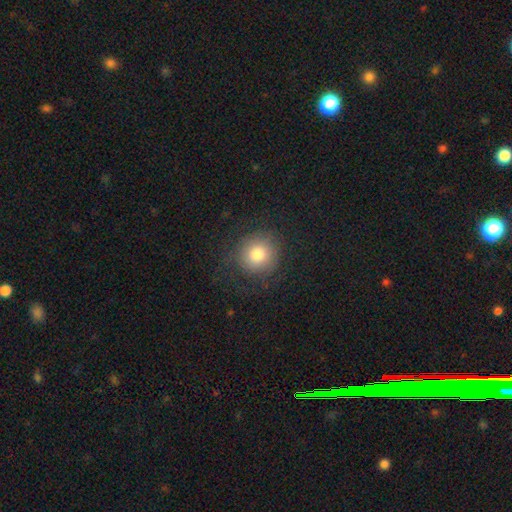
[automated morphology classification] smooth 79%, featured or disk 11%, star or artifact 10%. Down the decision tree: how rounded — round (92%); merging — none (79%).